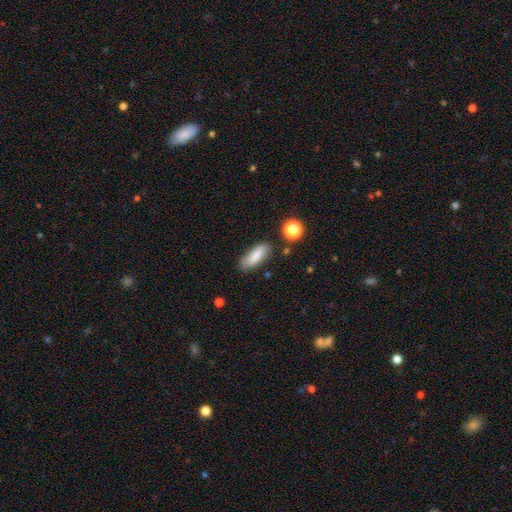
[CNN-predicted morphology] type=smooth (82%); roundness=in between (64%); merging=none (79%).